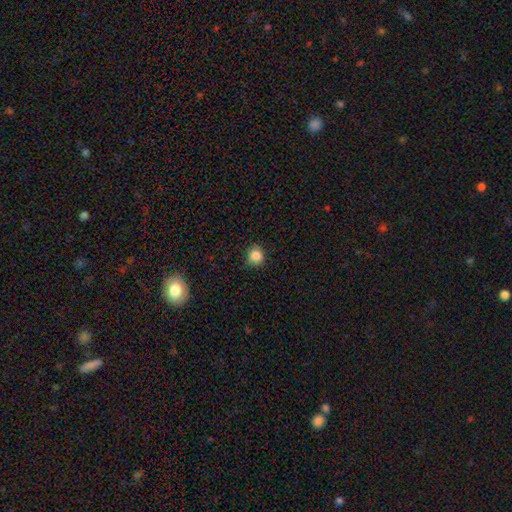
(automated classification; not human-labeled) Overall: smooth (85%). How rounded: round (86%). Merging: none (84%).